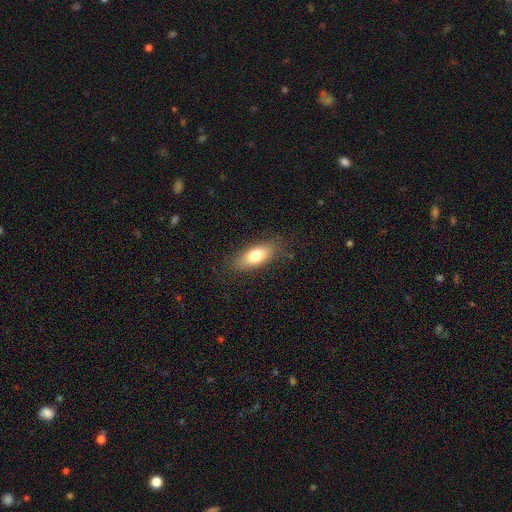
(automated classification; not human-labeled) smooth 76%, featured or disk 17%, star or artifact 7%. Down the decision tree: how rounded — in between (78%); merging — none (83%).